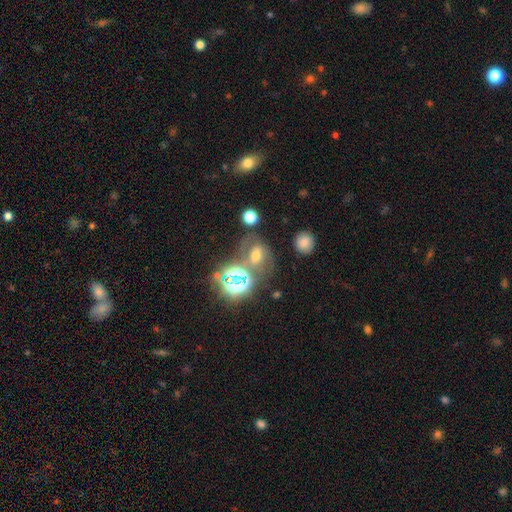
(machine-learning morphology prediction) This is marginally a star or artifact rather than a galaxy (36%).